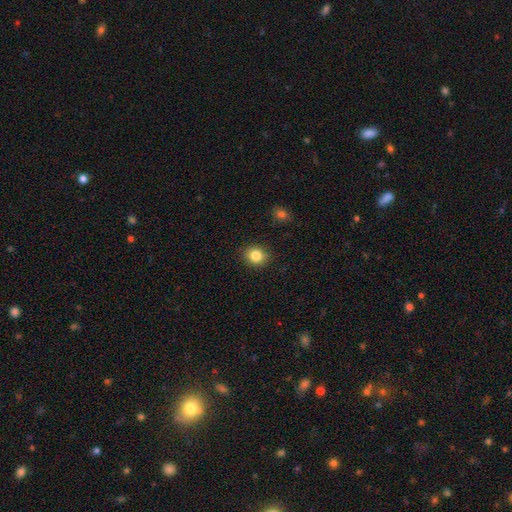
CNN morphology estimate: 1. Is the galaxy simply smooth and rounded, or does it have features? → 84% smooth, 10% star or artifact, 6% featured or disk.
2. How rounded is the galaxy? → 71% round, 28% in between, 1% cigar-shaped.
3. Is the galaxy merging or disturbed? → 89% none, 8% minor disturbance, 2% major disturbance, 1% merger.